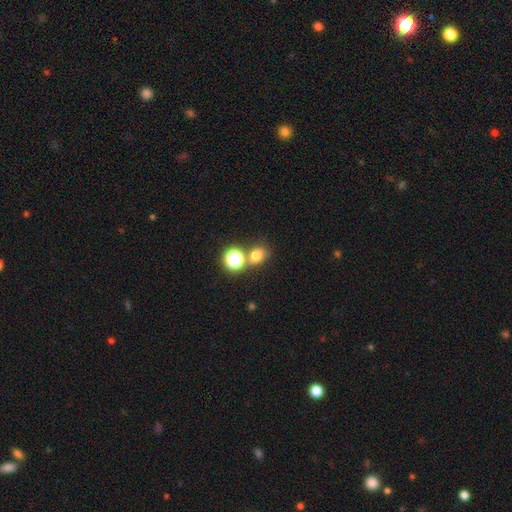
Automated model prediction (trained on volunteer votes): smooth 72%, star or artifact 21%, featured or disk 7%. Down the decision tree: how rounded — in between (52%); merging — none (62%).